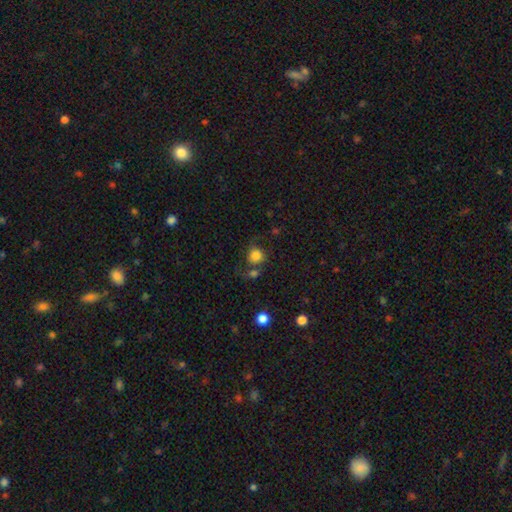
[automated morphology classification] Overall: smooth (76%). How rounded: round (86%). Merging: none (52%; merger 19%).